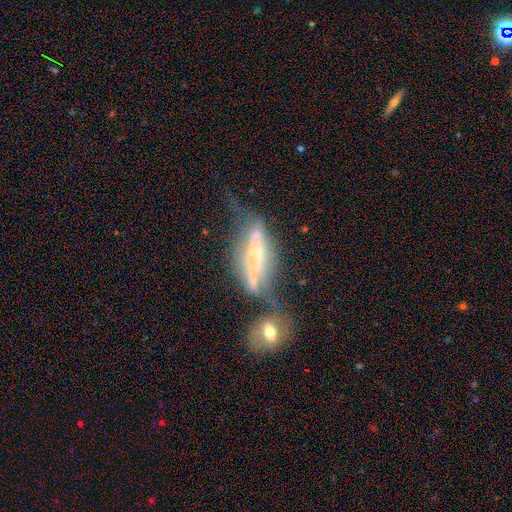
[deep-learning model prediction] smooth-or-featured: featured or disk: 74% | smooth: 17% | star or artifact: 9%
  disk-edge-on: yes: 65% | no: 35%
  merging: merger: 32% | none: 29% | major disturbance: 21% | minor disturbance: 18%